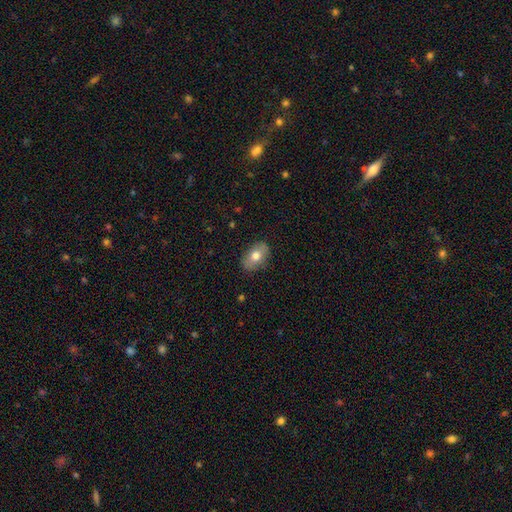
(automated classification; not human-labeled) Q: Smooth or featured?
A: smooth (72%); runner-up: featured or disk (21%)
Q: How rounded?
A: in between (88%); runner-up: round (10%)
Q: Merging?
A: none (85%); runner-up: minor disturbance (12%)